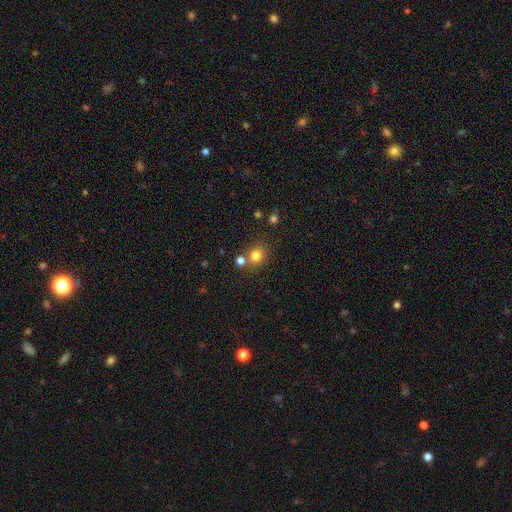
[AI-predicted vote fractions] Smooth or featured? Predicted: smooth (p=0.79). How rounded? Predicted: round (p=0.74). Merging? Predicted: none (p=0.68).